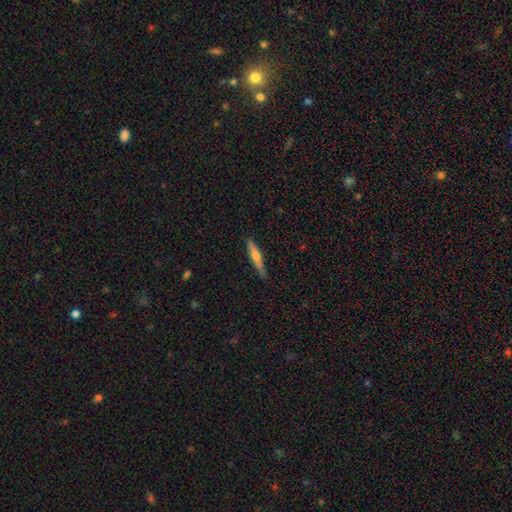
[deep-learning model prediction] Q: Smooth or featured?
A: featured or disk (49%); runner-up: smooth (45%)
Q: Merging?
A: none (86%); runner-up: minor disturbance (11%)